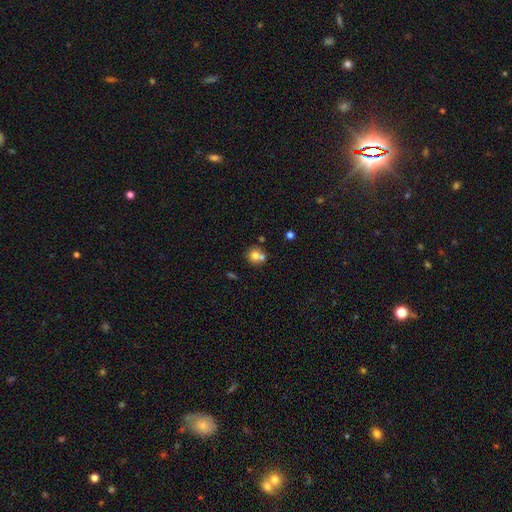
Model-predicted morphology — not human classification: Smooth or featured: smooth — 72% (featured or disk — 16%)
How rounded: round — 86% (in between — 13%)
Merging: none — 49% (merger — 40%)